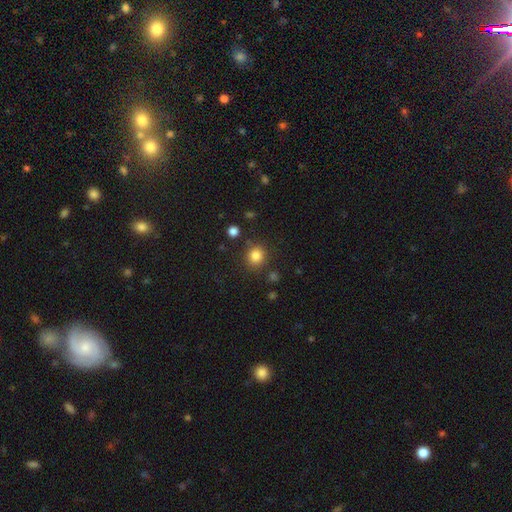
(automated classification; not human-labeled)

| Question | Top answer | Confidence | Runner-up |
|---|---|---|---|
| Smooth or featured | smooth | 84% | star or artifact (11%) |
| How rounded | round | 84% | in between (15%) |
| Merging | none | 84% | minor disturbance (9%) |